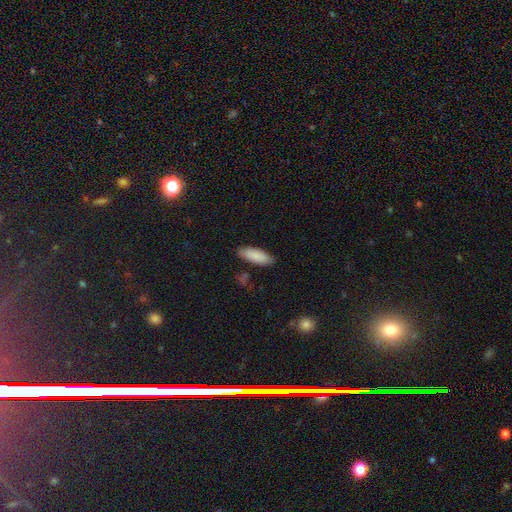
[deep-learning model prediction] This is clearly a smooth galaxy (88%). How rounded: likely in between (66%). Merging: clearly none (86%).